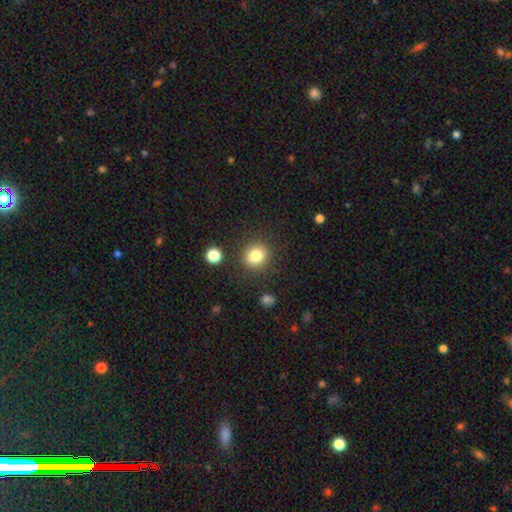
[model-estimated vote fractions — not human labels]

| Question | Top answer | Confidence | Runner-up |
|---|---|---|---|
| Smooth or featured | smooth | 81% | star or artifact (11%) |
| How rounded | round | 80% | in between (19%) |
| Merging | none | 86% | minor disturbance (8%) |